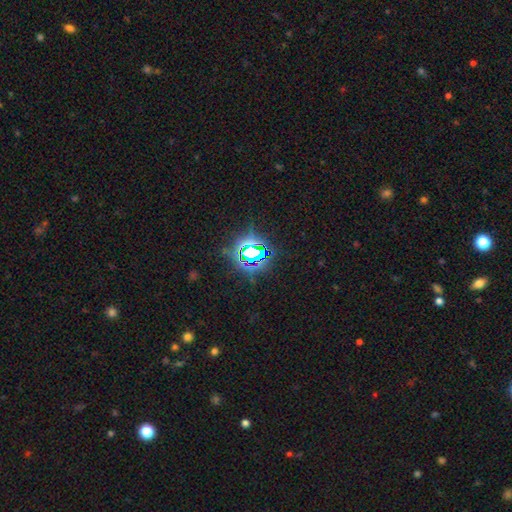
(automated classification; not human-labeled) A star or artifact, not a galaxy (77%).